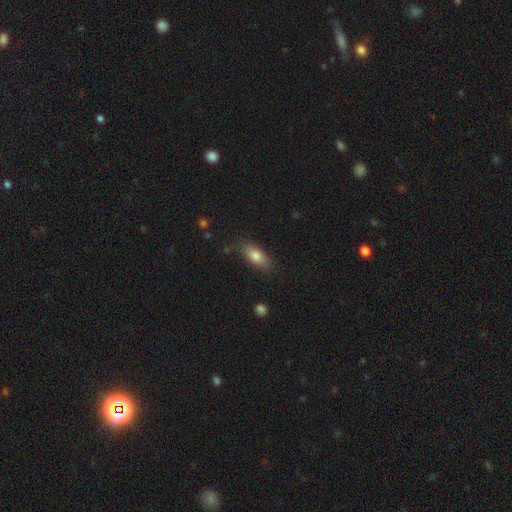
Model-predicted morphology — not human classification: smooth-or-featured: smooth: 80% | featured or disk: 13% | star or artifact: 7%
  how-rounded: in between: 81% | cigar-shaped: 15% | round: 3%
  merging: none: 78% | minor disturbance: 16% | major disturbance: 4% | merger: 2%